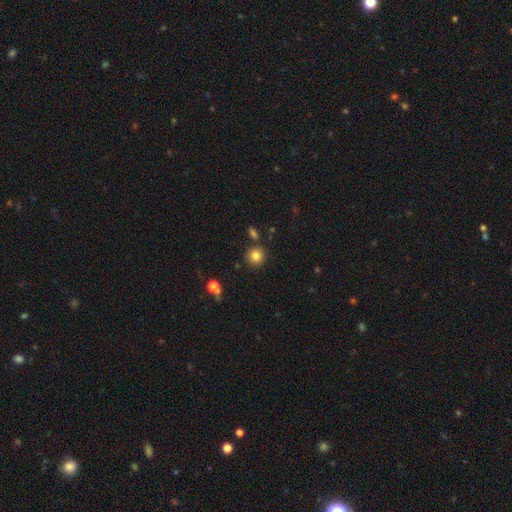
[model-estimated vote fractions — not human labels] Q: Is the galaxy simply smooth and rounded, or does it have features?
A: smooth — 83%.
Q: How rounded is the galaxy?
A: round — 90%.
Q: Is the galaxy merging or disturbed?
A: none — 83%.